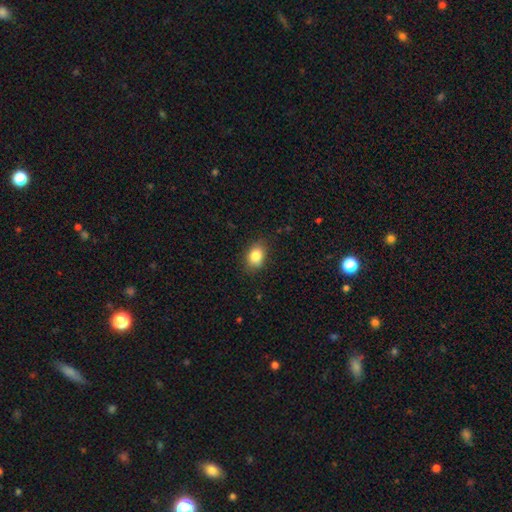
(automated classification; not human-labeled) Overall: smooth (84%). How rounded: in between (72%). Merging: none (82%).